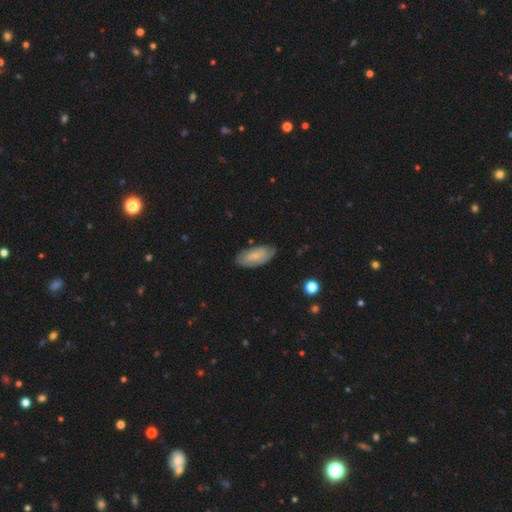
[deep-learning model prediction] smooth-or-featured: smooth: 57% | featured or disk: 36% | star or artifact: 7%
  how-rounded: in between: 89% | cigar-shaped: 8% | round: 2%
  merging: none: 72% | minor disturbance: 21% | major disturbance: 5% | merger: 2%